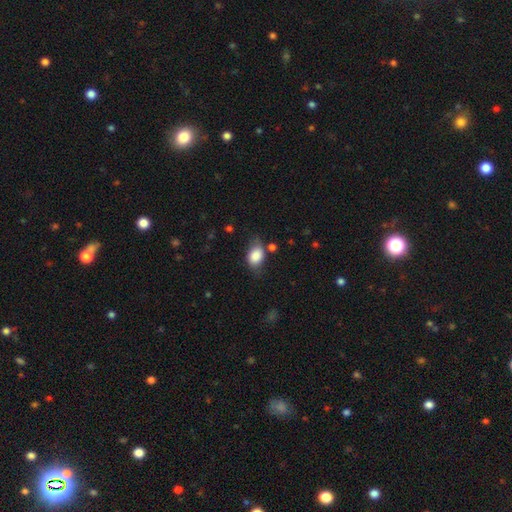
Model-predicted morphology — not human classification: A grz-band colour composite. It shows a smooth galaxy with no disk features (84%) that is in between round and cigar-shaped (79%). Merging: none (57%).